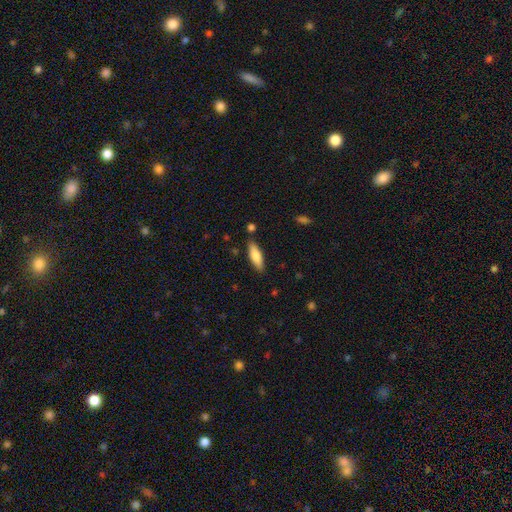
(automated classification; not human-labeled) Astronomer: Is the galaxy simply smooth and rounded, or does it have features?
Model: smooth — 78%.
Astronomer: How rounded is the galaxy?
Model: in between — 51% (runner-up: cigar-shaped, 47%).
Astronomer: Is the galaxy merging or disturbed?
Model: none — 84%.